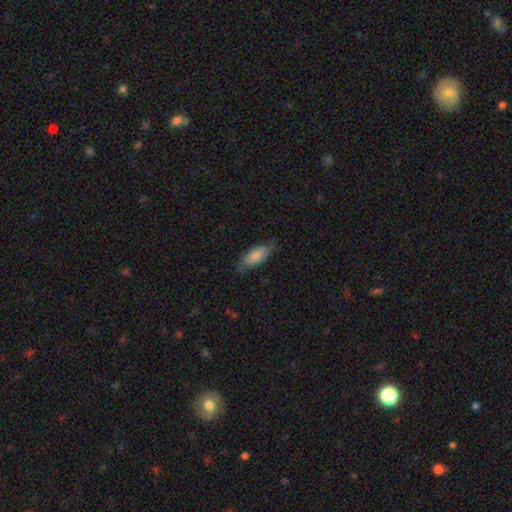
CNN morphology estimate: This appears to be a smooth galaxy with no disk features (73%) that is in between round and cigar-shaped (73%). Merging: none (70%).